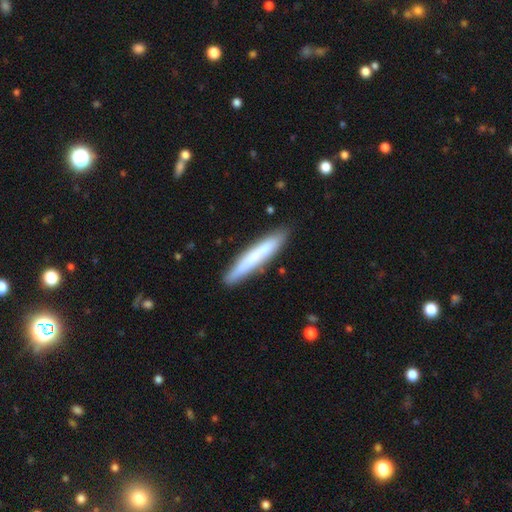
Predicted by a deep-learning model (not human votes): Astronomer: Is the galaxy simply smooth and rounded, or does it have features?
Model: smooth — 67%.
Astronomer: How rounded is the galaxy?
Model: cigar-shaped — 93%.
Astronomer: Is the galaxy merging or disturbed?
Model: none — 86%.